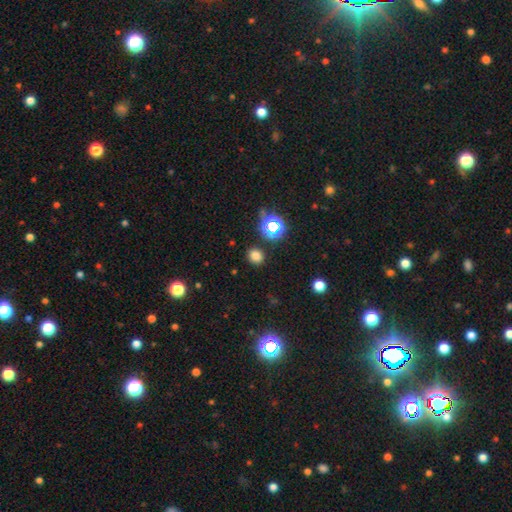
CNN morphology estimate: The model was most divided on "how rounded": round: 67%, in between: 32%, cigar-shaped: 1%. More confident: merging — none (86%); smooth or featured — smooth (73%).